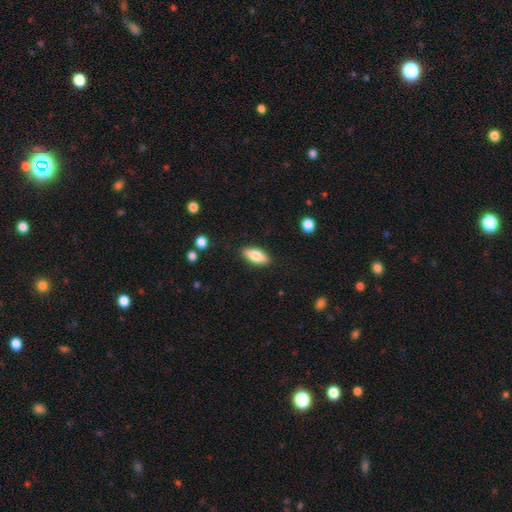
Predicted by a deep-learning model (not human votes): smooth_or_featured: smooth (p=0.73) [alt: featured or disk p=0.20]
how_rounded: in between (p=0.79) [alt: cigar-shaped p=0.18]
merging: none (p=0.87) [alt: minor disturbance p=0.10]